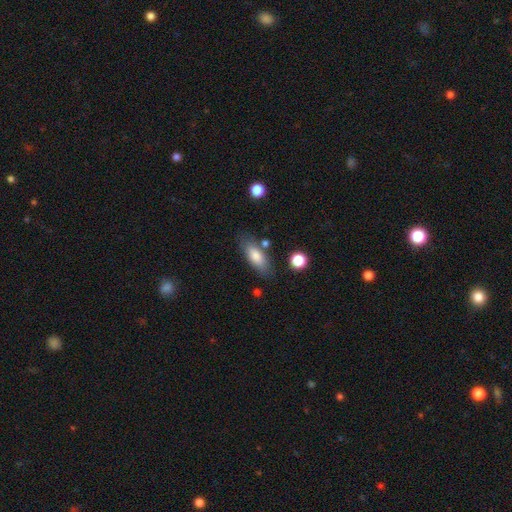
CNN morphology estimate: Overall: smooth (79%). How rounded: in between (76%). Merging: none (74%).